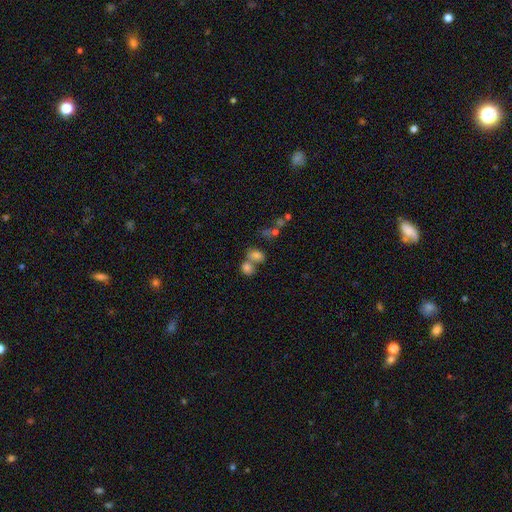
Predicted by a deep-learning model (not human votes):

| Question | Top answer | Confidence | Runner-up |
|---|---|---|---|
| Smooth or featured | smooth | 74% | star or artifact (13%) |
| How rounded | in between | 65% | round (34%) |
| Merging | merger | 55% | none (32%) |